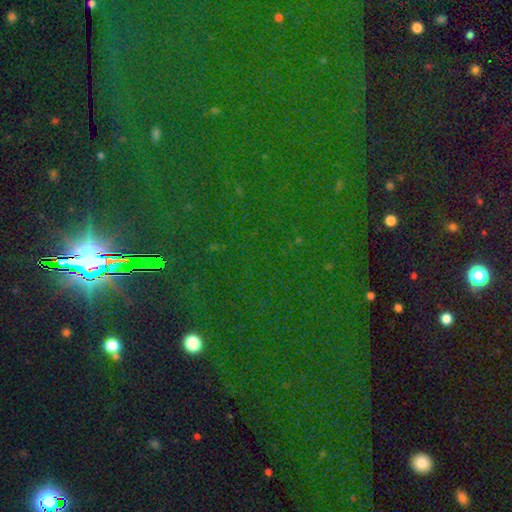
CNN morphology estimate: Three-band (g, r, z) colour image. It shows a star or artifact, not a galaxy (78%).